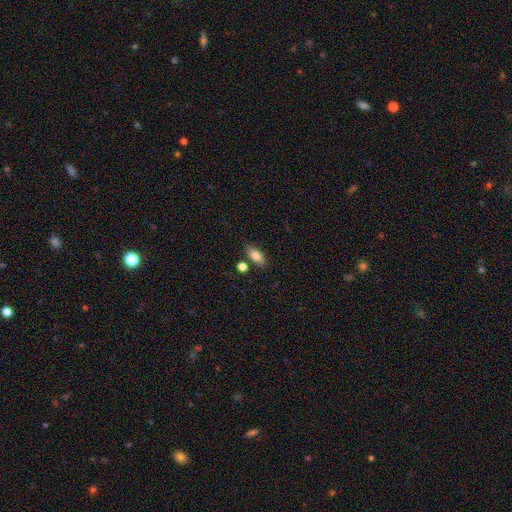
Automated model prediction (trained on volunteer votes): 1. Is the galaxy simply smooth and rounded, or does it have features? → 84% smooth, 8% featured or disk, 8% star or artifact.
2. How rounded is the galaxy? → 85% in between, 10% cigar-shaped, 5% round.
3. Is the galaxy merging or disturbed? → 78% none, 11% minor disturbance, 8% merger, 3% major disturbance.